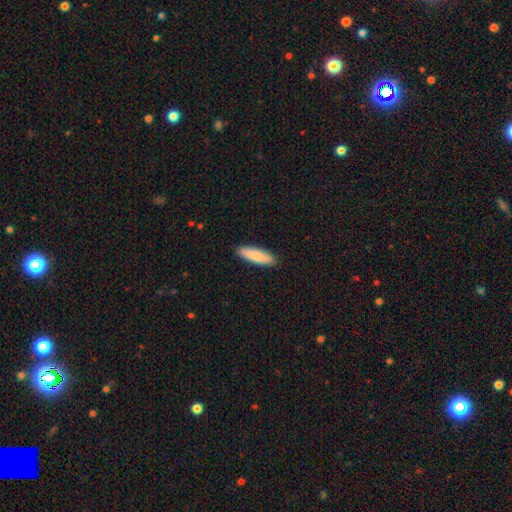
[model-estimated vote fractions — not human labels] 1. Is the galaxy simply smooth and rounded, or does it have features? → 85% smooth, 10% featured or disk, 5% star or artifact.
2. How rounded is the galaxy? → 62% cigar-shaped, 36% in between, 2% round.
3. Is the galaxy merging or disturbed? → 90% none, 7% minor disturbance, 1% major disturbance, 1% merger.